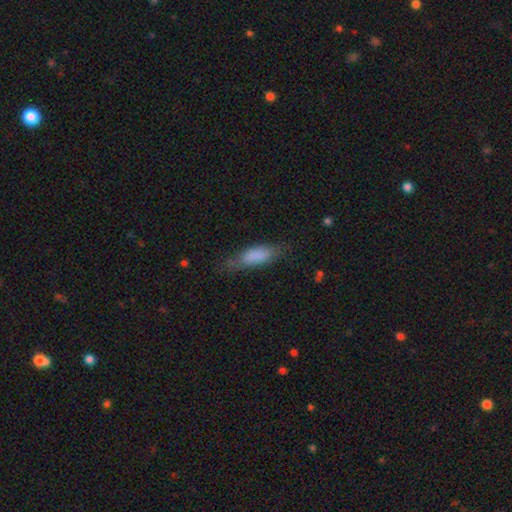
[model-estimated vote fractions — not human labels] Q: Smooth or featured?
A: smooth (81%); runner-up: featured or disk (12%)
Q: How rounded?
A: in between (57%); runner-up: cigar-shaped (41%)
Q: Merging?
A: none (65%); runner-up: minor disturbance (25%)